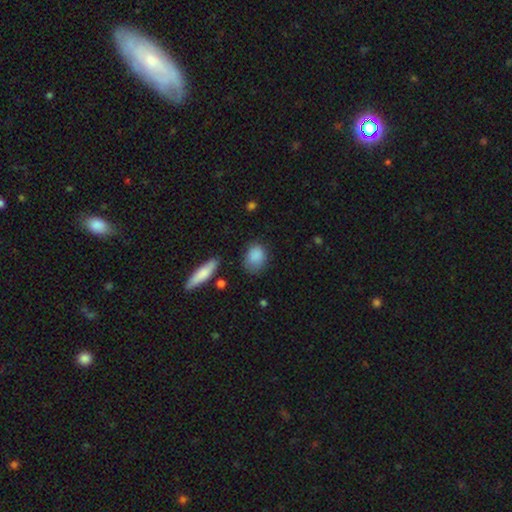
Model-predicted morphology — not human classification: type=smooth (86%); roundness=in between (61%); merging=none (66%).